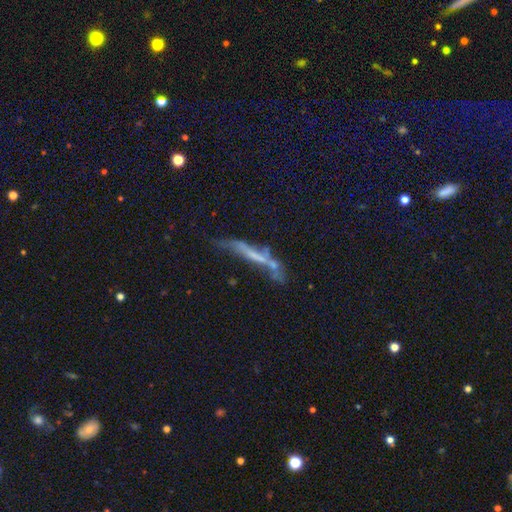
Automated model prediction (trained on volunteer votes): This is possibly a featured or disk galaxy (53%). It is possibly viewed edge-on (58%). Merging: marginally none (35%).